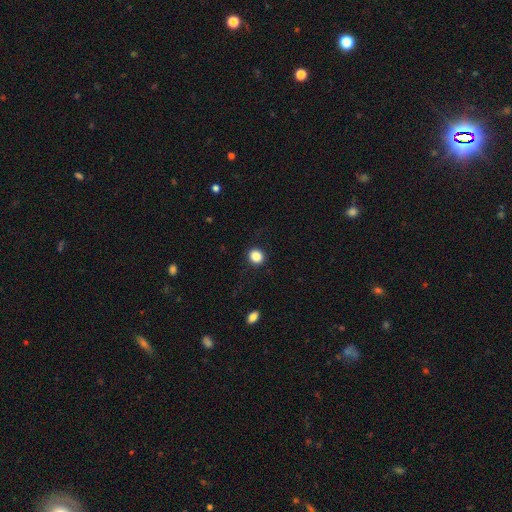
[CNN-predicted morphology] Smooth or featured? Predicted: smooth (p=0.87). How rounded? Predicted: round (p=0.79). Merging? Predicted: none (p=0.90).